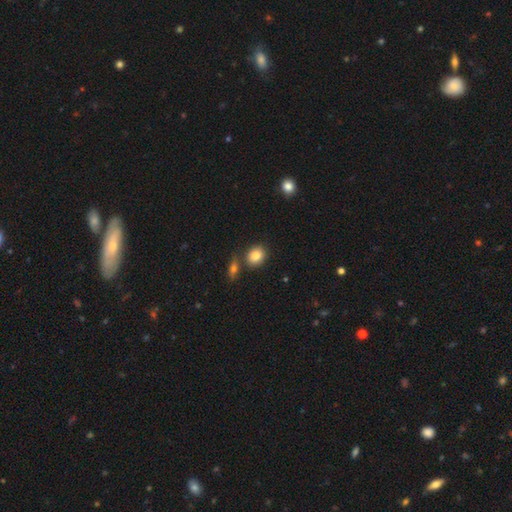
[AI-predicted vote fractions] This is clearly a smooth galaxy (84%). How rounded: possibly round (56%). Merging: likely none (72%).